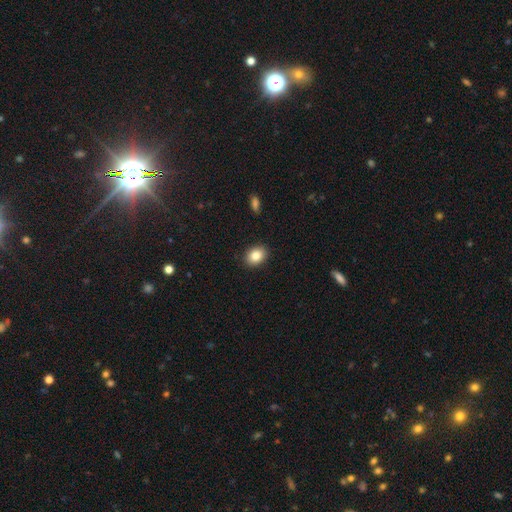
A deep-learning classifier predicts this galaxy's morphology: Smooth or featured: smooth — 85% (star or artifact — 9%)
How rounded: in between — 66% (round — 33%)
Merging: none — 90% (minor disturbance — 8%)